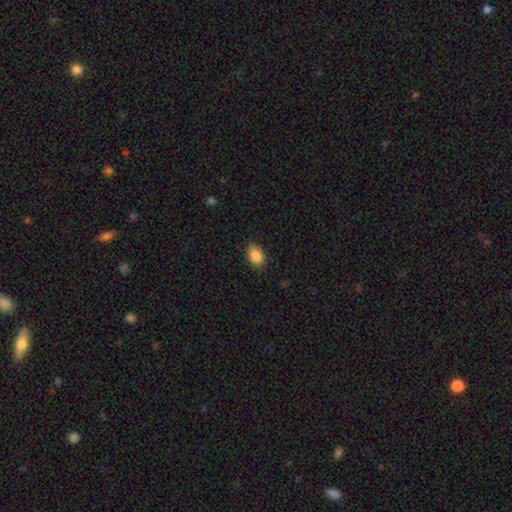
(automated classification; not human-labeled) smooth 89%, star or artifact 8%, featured or disk 4%. Down the decision tree: how rounded — in between (87%); merging — none (86%).